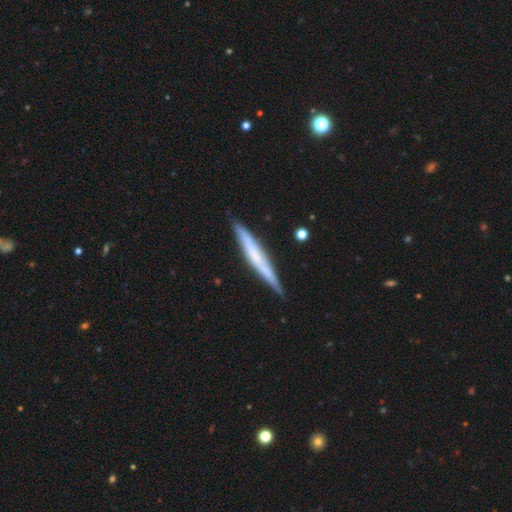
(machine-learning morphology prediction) featured or disk 51%, smooth 43%, star or artifact 6%. Down the decision tree: edge-on disk — yes (94%); merging — none (85%).